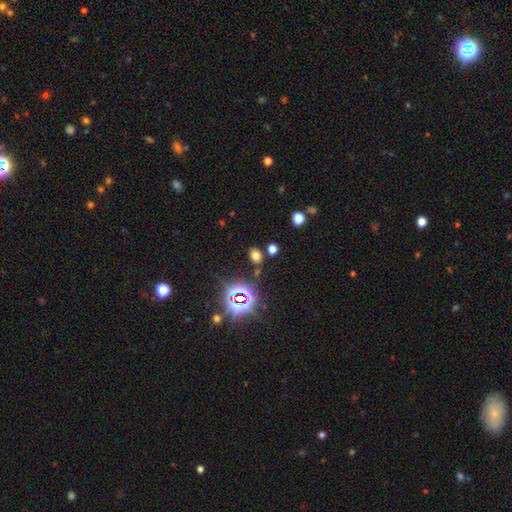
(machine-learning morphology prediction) Smooth or featured: smooth — 63% (star or artifact — 30%)
How rounded: in between — 71% (round — 27%)
Merging: none — 81% (minor disturbance — 10%)